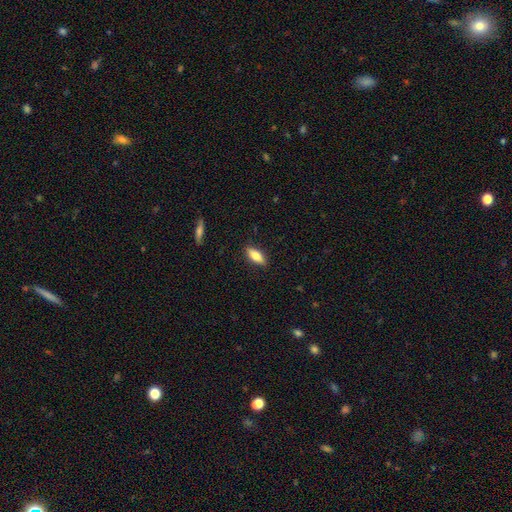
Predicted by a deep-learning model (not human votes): This is likely a smooth galaxy (70%). How rounded: likely in between (70%). Merging: clearly none (87%).